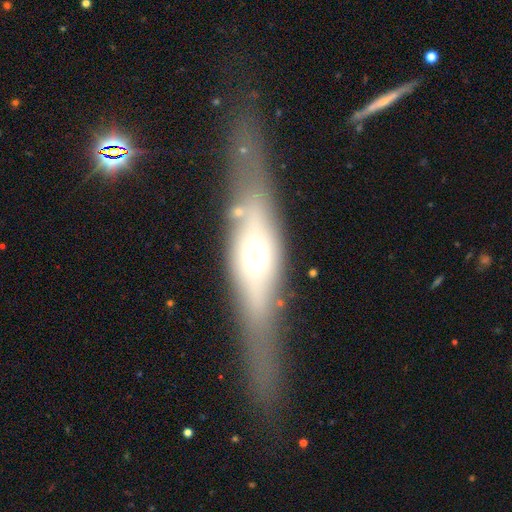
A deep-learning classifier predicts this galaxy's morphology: A featured or disk galaxy (50%). Merging: none (71%).